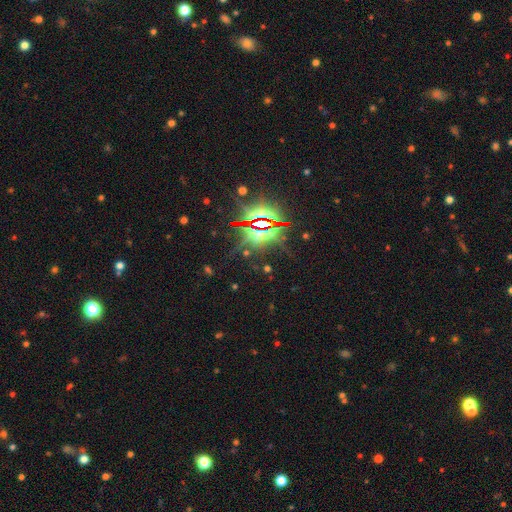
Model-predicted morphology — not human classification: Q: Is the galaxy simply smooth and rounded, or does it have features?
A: star or artifact — 85%.